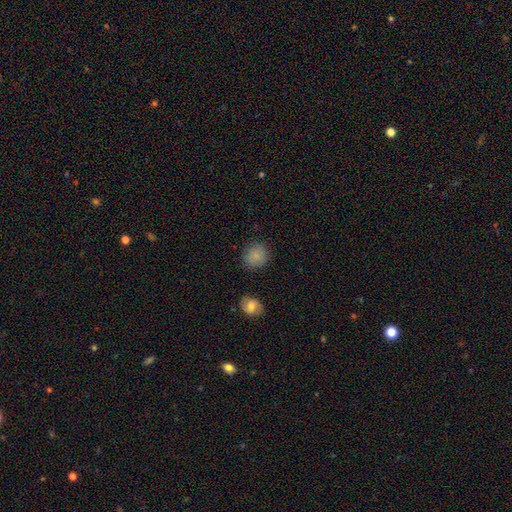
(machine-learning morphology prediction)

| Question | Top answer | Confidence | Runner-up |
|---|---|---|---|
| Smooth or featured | smooth | 86% | star or artifact (9%) |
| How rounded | round | 82% | in between (17%) |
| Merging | none | 84% | minor disturbance (10%) |